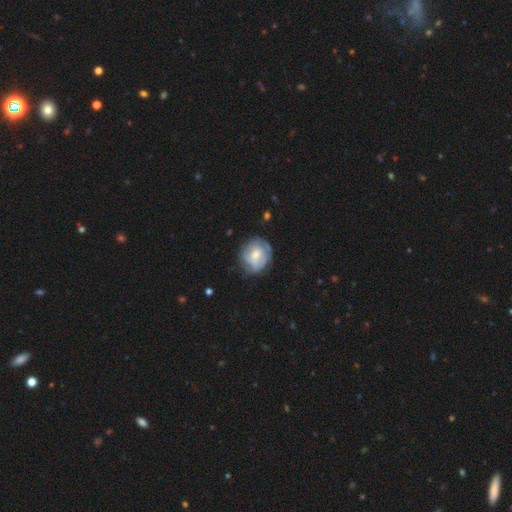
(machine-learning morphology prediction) Q: Smooth or featured?
A: featured or disk (60%); runner-up: smooth (33%)
Q: Edge-on disk?
A: no (97%); runner-up: yes (3%)
Q: Bar?
A: no (67%); runner-up: weak (28%)
Q: Spiral arms?
A: yes (72%); runner-up: no (28%)
Q: Bulge size?
A: moderate (52%); runner-up: small (39%)
Q: Merging?
A: none (66%); runner-up: minor disturbance (23%)